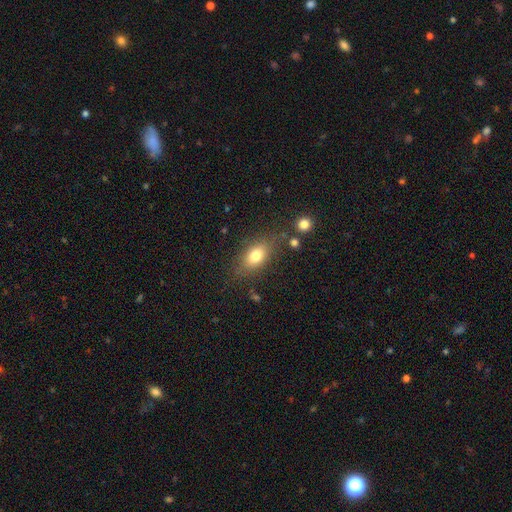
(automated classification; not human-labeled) Overall: smooth (76%). How rounded: in between (82%). Merging: none (75%).